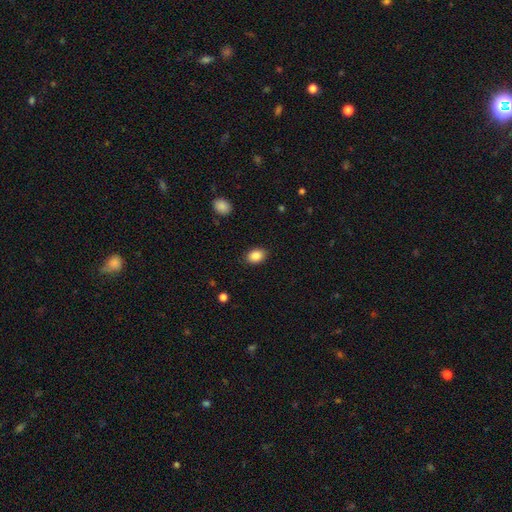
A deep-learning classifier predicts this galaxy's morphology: A smooth galaxy with no disk features (87%) that is in between round and cigar-shaped (73%).

Vote fractions:
- Smooth or featured? smooth: 87% / star or artifact: 9% / featured or disk: 5%
- How rounded? in between: 73% / round: 26% / cigar-shaped: 1%
- Merging? none: 88% / minor disturbance: 9% / major disturbance: 2% / merger: 1%